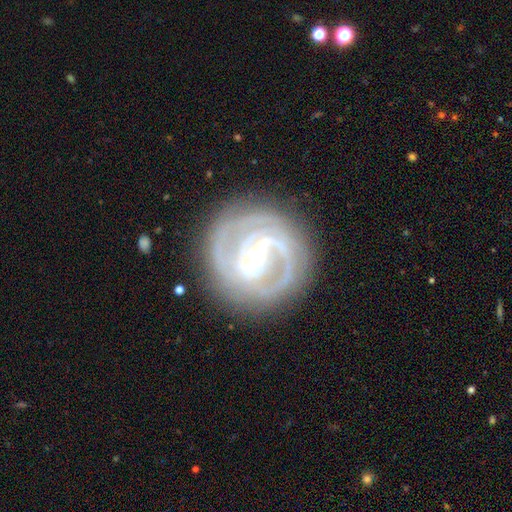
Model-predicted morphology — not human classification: smooth_or_featured: featured or disk (p=0.89) [alt: star or artifact p=0.06]
disk_edge_on: no (p=0.97) [alt: yes p=0.03]
bar: strong (p=0.62) [alt: weak p=0.30]
has_spiral_arms: yes (p=0.97) [alt: no p=0.03]
spiral_winding: tight (p=0.66) [alt: medium p=0.29]
spiral_arm_count: 2 (p=0.48) [alt: 3 p=0.23]
bulge_size: small (p=0.54) [alt: moderate p=0.41]
merging: none (p=0.81) [alt: minor disturbance p=0.13]